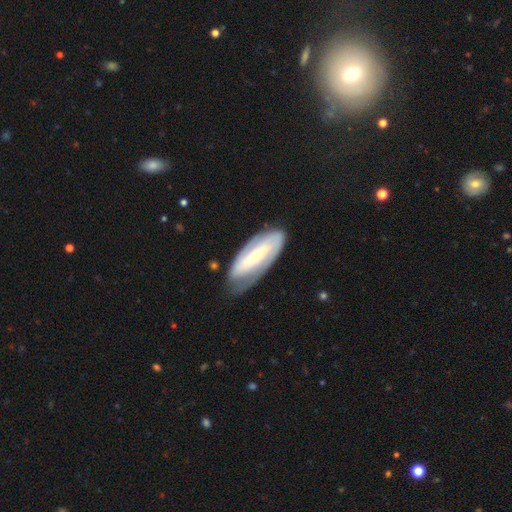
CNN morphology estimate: featured or disk 72%, smooth 23%, star or artifact 5%. Down the decision tree: edge-on disk — no (89%); bar — strong (44%); spiral arms — yes (81%); spiral arm count — 2 (61%); spiral winding — tight (50%); bulge size — small (53%); merging — none (65%).